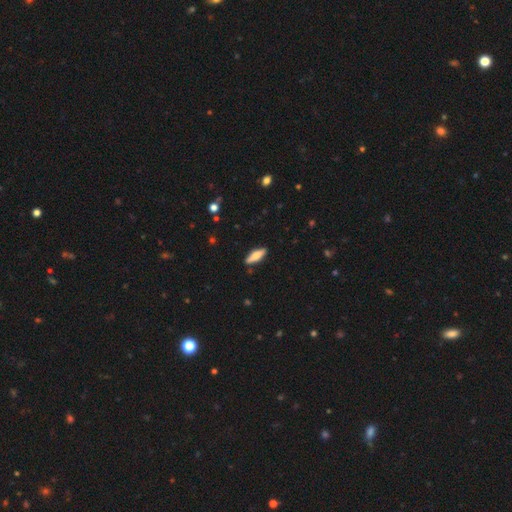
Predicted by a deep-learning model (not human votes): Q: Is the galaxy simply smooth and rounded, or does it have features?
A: smooth — 68%.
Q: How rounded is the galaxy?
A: cigar-shaped — 51%.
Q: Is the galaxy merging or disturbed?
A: none — 88%.